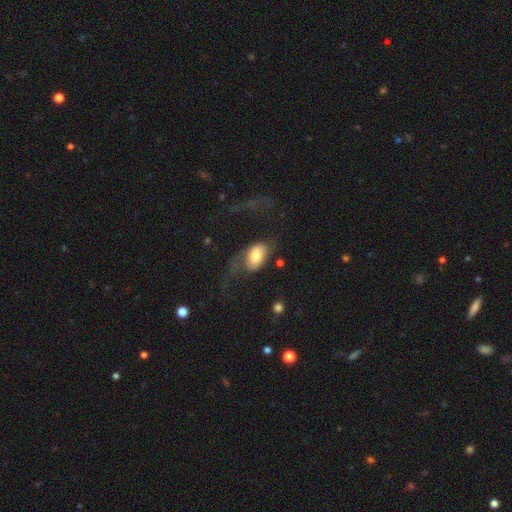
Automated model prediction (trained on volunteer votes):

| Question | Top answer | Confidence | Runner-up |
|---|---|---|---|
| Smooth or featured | smooth | 59% | featured or disk (34%) |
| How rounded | in between | 89% | round (9%) |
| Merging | major disturbance | 47% | none (31%) |